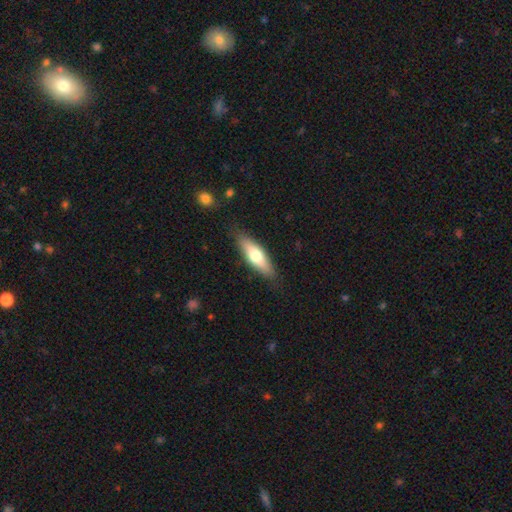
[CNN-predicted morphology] type=smooth (62%); roundness=cigar-shaped (51%); merging=none (84%).